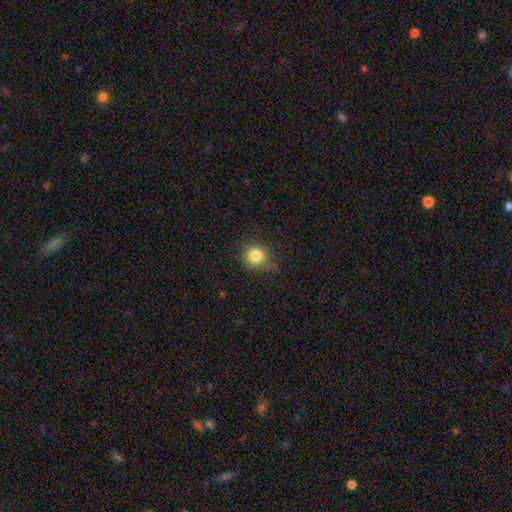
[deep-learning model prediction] Smooth or featured: smooth — 82% (star or artifact — 12%)
How rounded: round — 89% (in between — 10%)
Merging: none — 71% (minor disturbance — 22%)